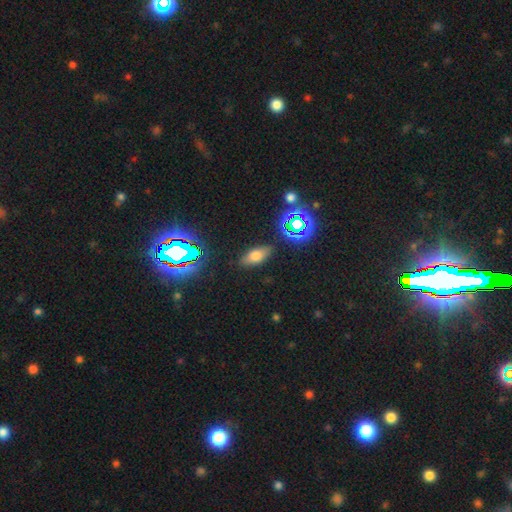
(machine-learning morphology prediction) This appears to be a smooth galaxy with no disk features (63%) that is in between round and cigar-shaped (81%). Merging: none (86%).